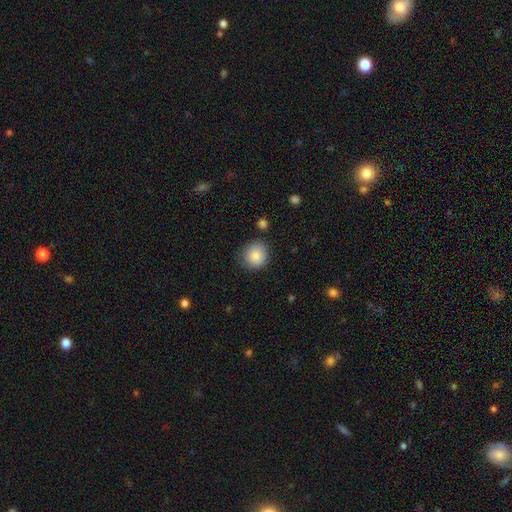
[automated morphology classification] smooth 85%, star or artifact 8%, featured or disk 6%. Down the decision tree: how rounded — round (88%); merging — none (81%).